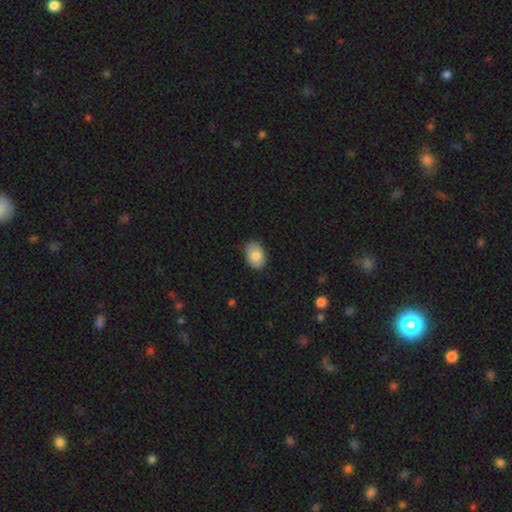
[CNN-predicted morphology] Smooth or featured? smooth (83%)
How rounded? in between (85%)
Merging? none (84%)